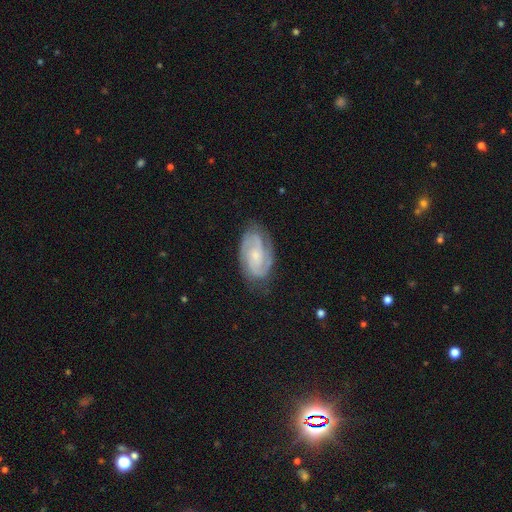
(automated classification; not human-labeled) Q: Smooth or featured?
A: featured or disk (83%); runner-up: smooth (11%)
Q: Edge-on disk?
A: no (97%); runner-up: yes (3%)
Q: Bar?
A: no (58%); runner-up: weak (35%)
Q: Spiral arms?
A: yes (97%); runner-up: no (3%)
Q: Spiral winding?
A: tight (53%); runner-up: medium (39%)
Q: Spiral arm count?
A: 2 (68%); runner-up: 3 (14%)
Q: Bulge size?
A: small (60%); runner-up: moderate (28%)
Q: Merging?
A: none (77%); runner-up: minor disturbance (16%)